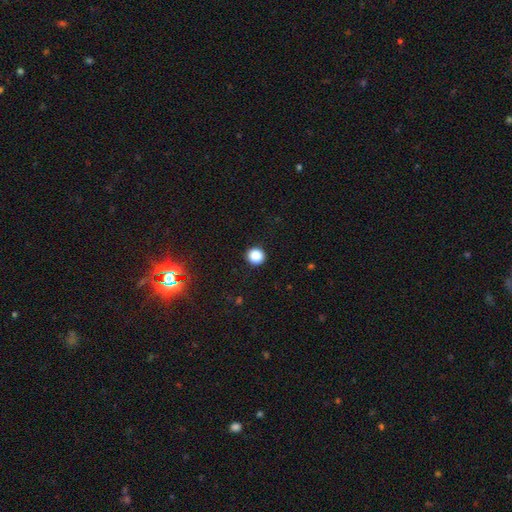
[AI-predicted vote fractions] The model was most divided on "smooth or featured": smooth: 87%, star or artifact: 11%, featured or disk: 3%. More confident: how rounded — round (94%); merging — none (93%).